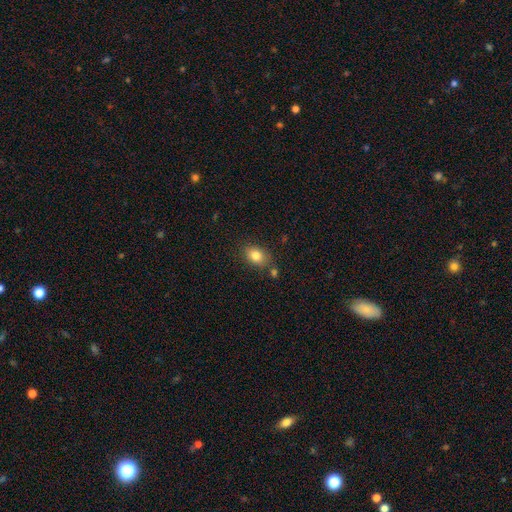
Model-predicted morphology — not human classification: A smooth galaxy with no disk features (83%) that is in between round and cigar-shaped (73%). Merging: none (76%).